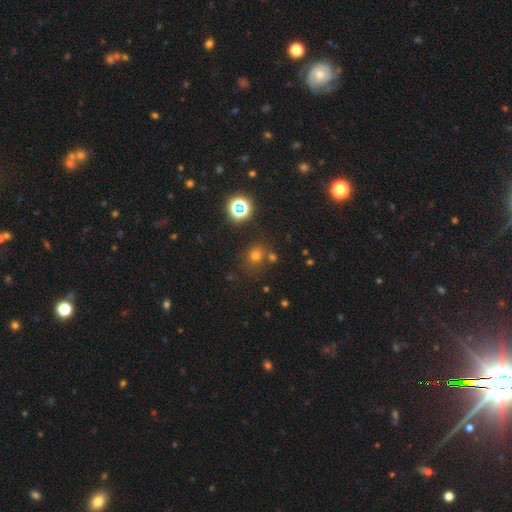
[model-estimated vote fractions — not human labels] A smooth galaxy with no disk features (62%) that is round (80%).

Vote fractions:
- Smooth or featured? smooth: 62% / star or artifact: 30% / featured or disk: 8%
- How rounded? round: 80% / in between: 19% / cigar-shaped: 1%
- Merging? none: 73% / merger: 12% / minor disturbance: 11% / major disturbance: 4%